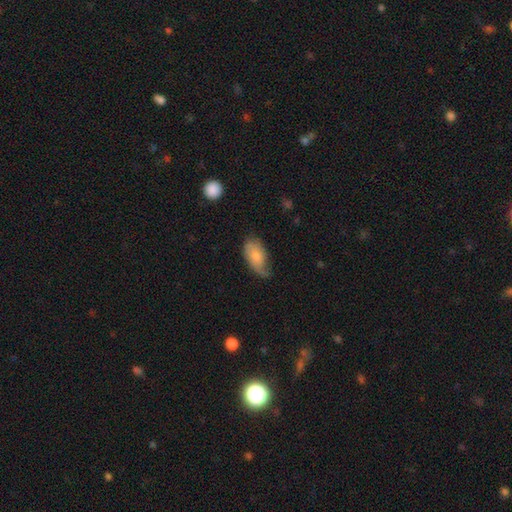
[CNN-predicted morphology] A smooth galaxy with no disk features (66%) that is in between round and cigar-shaped (93%).

Vote fractions:
- Smooth or featured? smooth: 66% / featured or disk: 28% / star or artifact: 6%
- How rounded? in between: 93% / cigar-shaped: 4% / round: 3%
- Merging? none: 45% / minor disturbance: 37% / major disturbance: 16% / merger: 2%